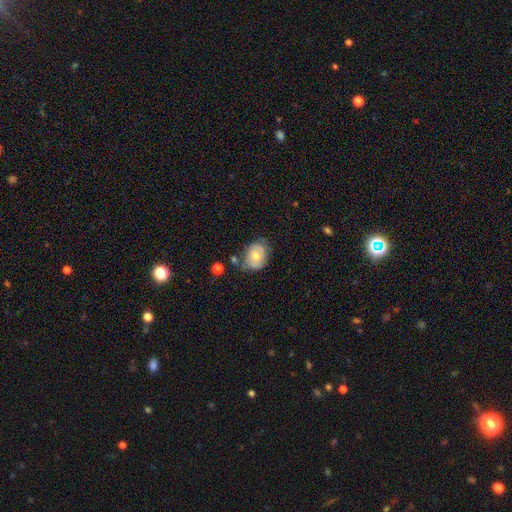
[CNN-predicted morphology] smooth-or-featured: smooth: 58% | featured or disk: 34% | star or artifact: 8%
  how-rounded: in between: 60% | round: 39% | cigar-shaped: 1%
  merging: none: 57% | minor disturbance: 29% | major disturbance: 8% | merger: 6%